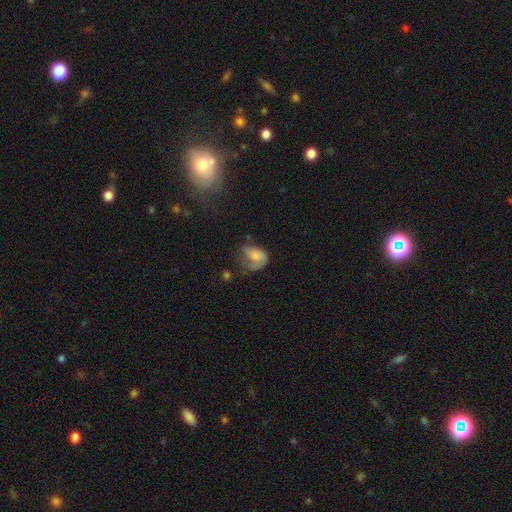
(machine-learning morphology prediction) Smooth or featured?
  - smooth: 55% *
  - featured or disk: 36%
  - star or artifact: 10%
How rounded?
  - in between: 74% *
  - round: 24%
  - cigar-shaped: 2%
Merging?
  - major disturbance: 43% *
  - minor disturbance: 27%
  - none: 26%
  - merger: 4%